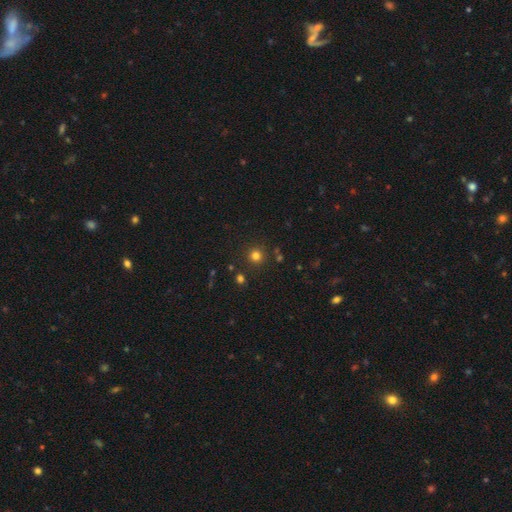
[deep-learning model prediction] This appears to be a smooth galaxy with no disk features (78%) that is round (94%). Merging: none (87%).